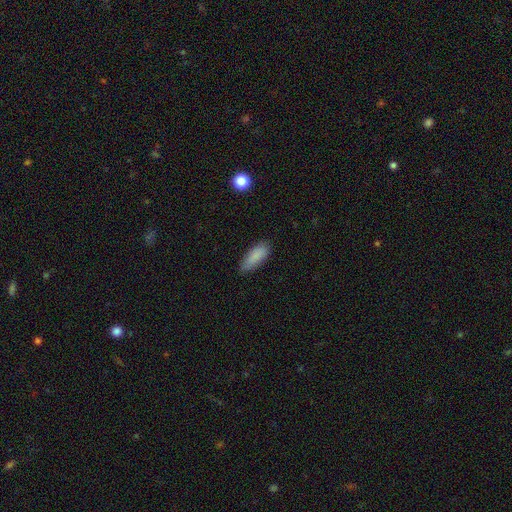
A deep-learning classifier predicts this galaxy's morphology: A smooth galaxy with no disk features (88%) that is in between round and cigar-shaped (70%). Merging: none (81%).